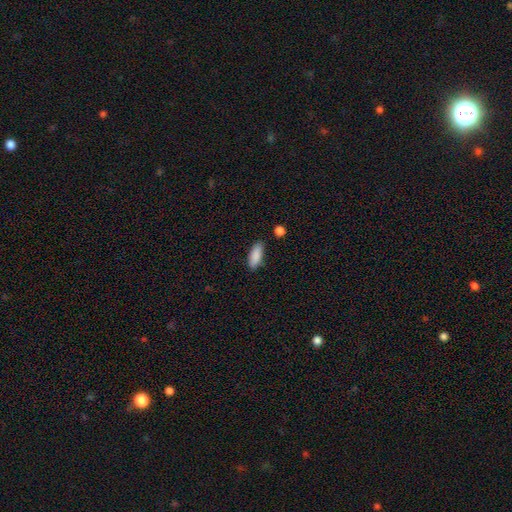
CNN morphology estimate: Overall: smooth (89%). How rounded: in between (74%). Merging: none (84%).